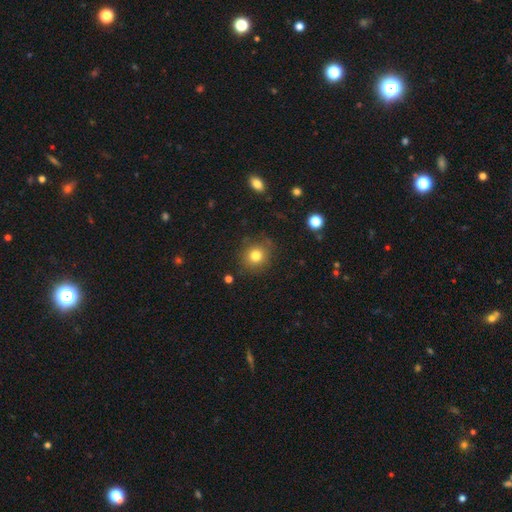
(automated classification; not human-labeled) Smooth or featured?
  - smooth: 80% *
  - star or artifact: 12%
  - featured or disk: 8%
How rounded?
  - round: 86% *
  - in between: 13%
  - cigar-shaped: 1%
Merging?
  - none: 83% *
  - minor disturbance: 11%
  - major disturbance: 4%
  - merger: 2%